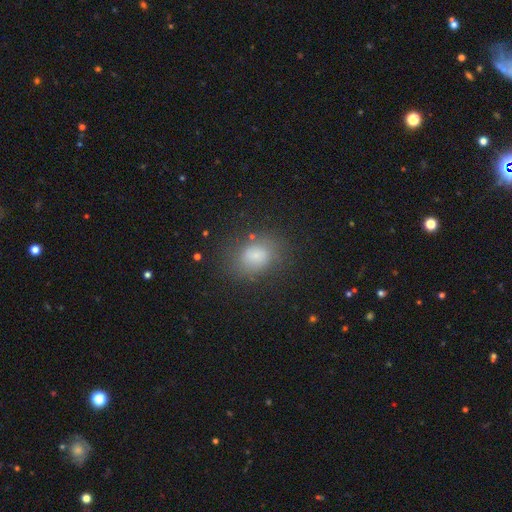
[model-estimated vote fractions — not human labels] The model was most divided on "how rounded": in between: 62%, round: 37%, cigar-shaped: 1%. More confident: smooth or featured — smooth (76%); merging — none (70%).